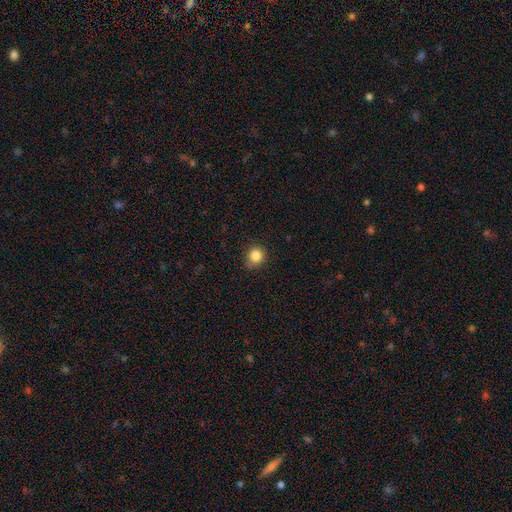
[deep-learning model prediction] A smooth galaxy with no disk features (84%) that is round (82%).

Vote fractions:
- Smooth or featured? smooth: 84% / star or artifact: 11% / featured or disk: 4%
- How rounded? round: 82% / in between: 17% / cigar-shaped: 1%
- Merging? none: 80% / minor disturbance: 15% / major disturbance: 3% / merger: 1%